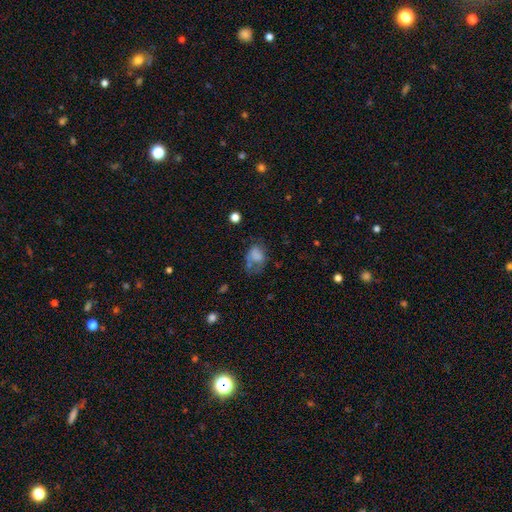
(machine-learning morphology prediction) Overall: smooth (67%). How rounded: in between (69%; round 30%). Merging: none (32%, tied with major disturbance).